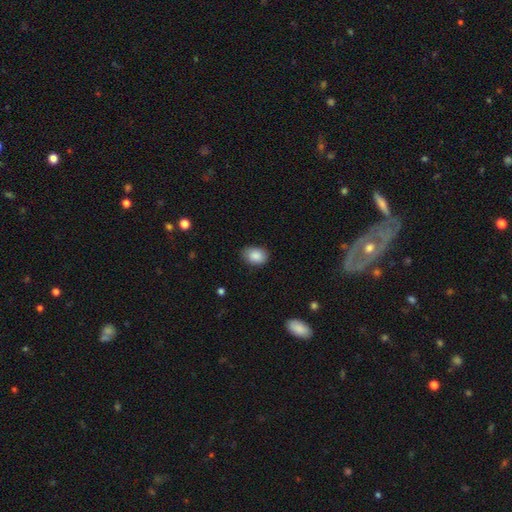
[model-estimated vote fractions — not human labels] Overall: smooth (89%). How rounded: in between (78%). Merging: none (80%).